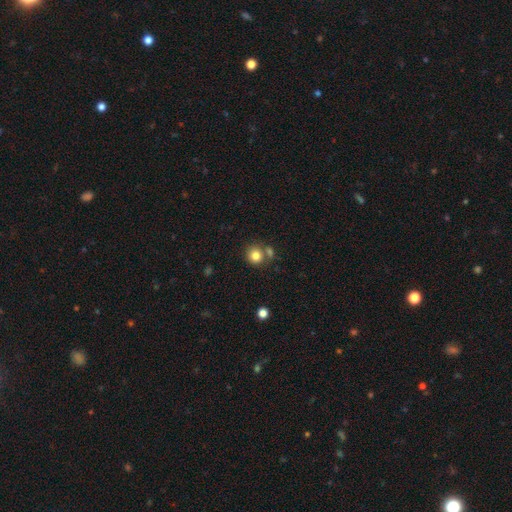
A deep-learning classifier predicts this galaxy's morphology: A smooth galaxy with no disk features (81%) that is round (87%). Merging: none (65%).